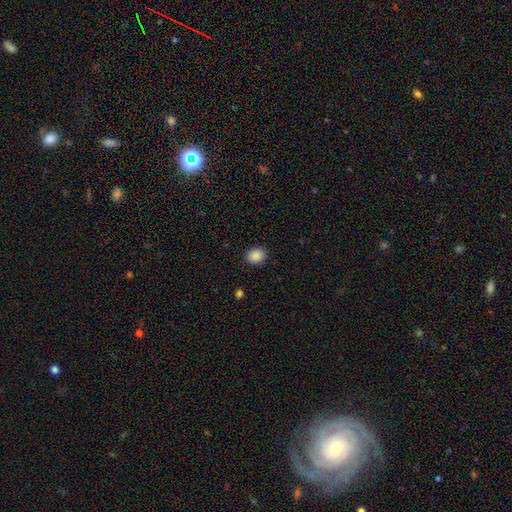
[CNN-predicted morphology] The model was most divided on "how rounded": round: 59%, in between: 41%, cigar-shaped: 1%. More confident: merging — none (90%); smooth or featured — smooth (88%).